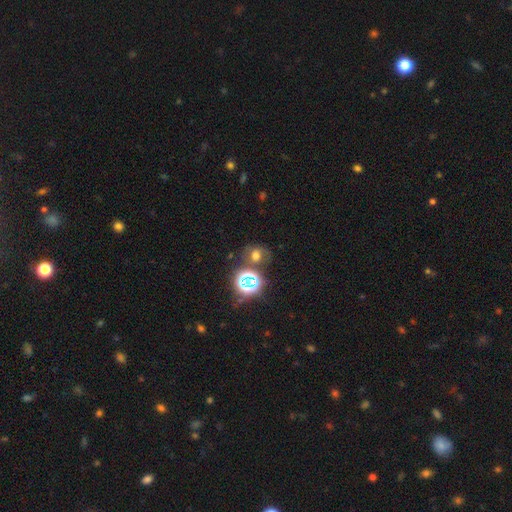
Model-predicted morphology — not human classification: smooth 47%, star or artifact 34%, featured or disk 18%. Down the decision tree: merging — none (62%).